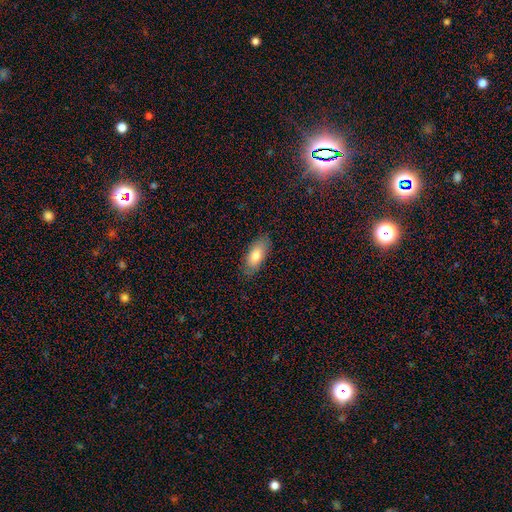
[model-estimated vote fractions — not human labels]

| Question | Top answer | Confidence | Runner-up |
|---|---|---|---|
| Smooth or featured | smooth | 77% | featured or disk (16%) |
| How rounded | in between | 87% | cigar-shaped (10%) |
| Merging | none | 84% | minor disturbance (13%) |